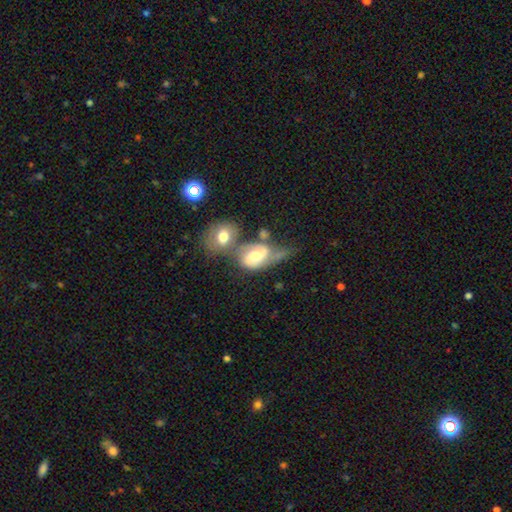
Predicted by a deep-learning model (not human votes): smooth_or_featured: featured or disk (p=0.60) [alt: smooth p=0.33]
disk_edge_on: no (p=0.96) [alt: yes p=0.04]
bar: no (p=0.47) [alt: weak p=0.40]
has_spiral_arms: yes (p=0.83) [alt: no p=0.17]
bulge_size: moderate (p=0.63) [alt: small p=0.19]
merging: merger (p=0.44) [alt: none p=0.21]